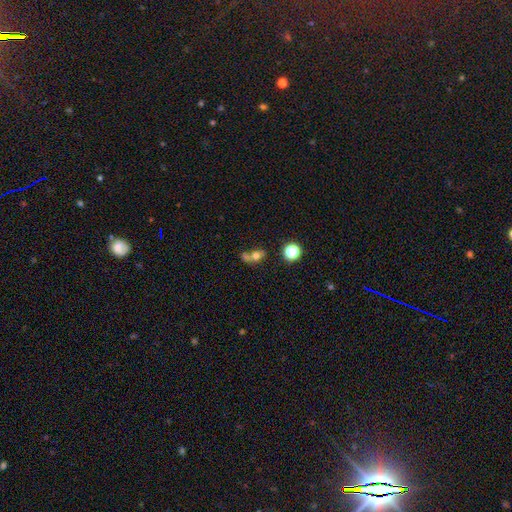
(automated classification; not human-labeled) This is likely a smooth galaxy (66%). How rounded: possibly in between (54%). Merging: possibly merger (45%).